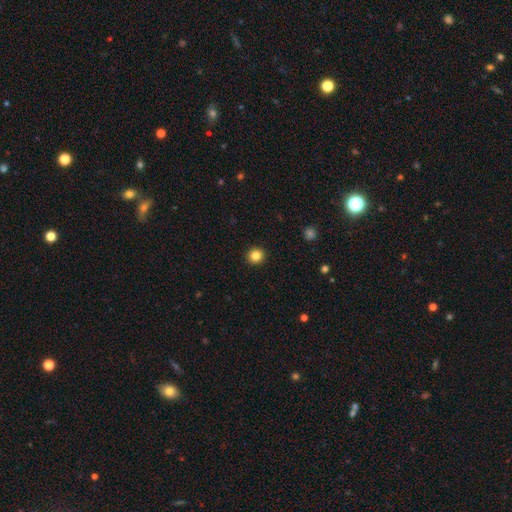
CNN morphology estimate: This appears to be a smooth galaxy with no disk features (84%) that is round (93%). Merging: none (93%).